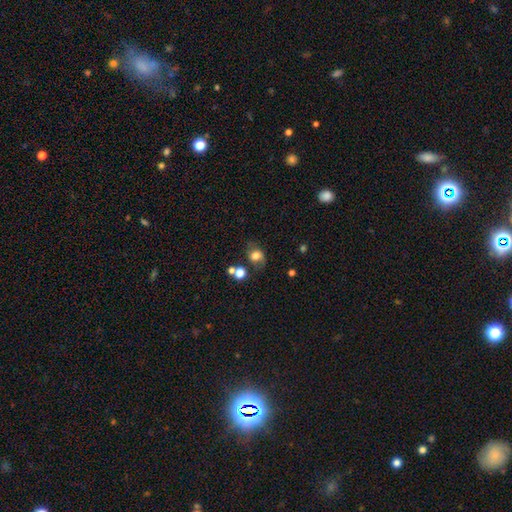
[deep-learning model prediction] Overall: smooth (63%; featured or disk 25%). How rounded: in between (51%; round 47%). Merging: none (60%; minor disturbance 21%).